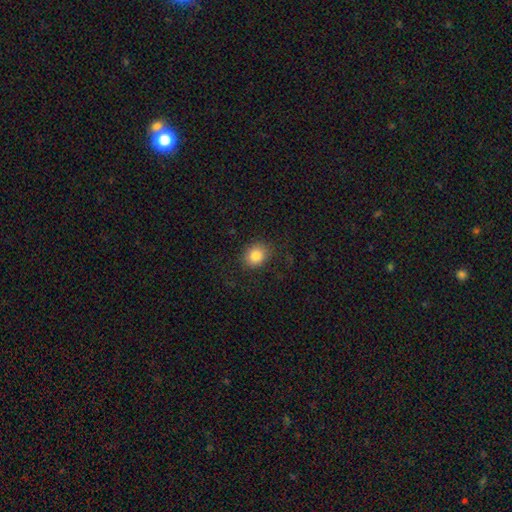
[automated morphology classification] Smooth or featured? smooth (83%)
How rounded? round (65%)
Merging? none (82%)